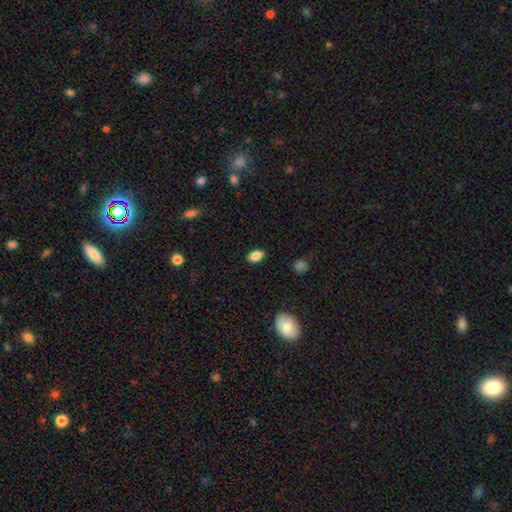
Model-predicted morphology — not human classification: Smooth or featured?
  - smooth: 86% *
  - star or artifact: 9%
  - featured or disk: 5%
How rounded?
  - in between: 88% *
  - round: 10%
  - cigar-shaped: 2%
Merging?
  - none: 88% *
  - minor disturbance: 9%
  - major disturbance: 2%
  - merger: 1%